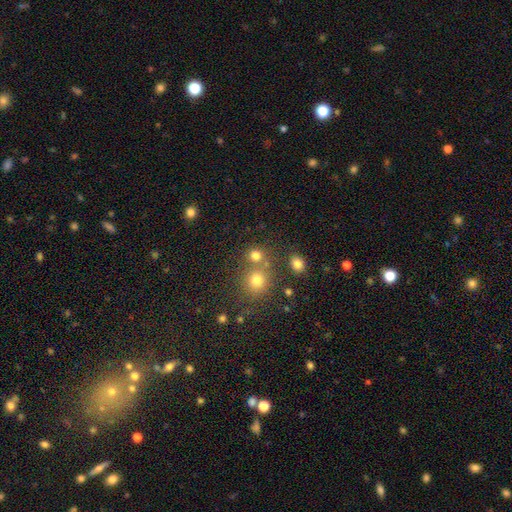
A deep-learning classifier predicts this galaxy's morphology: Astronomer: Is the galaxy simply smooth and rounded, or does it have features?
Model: smooth — 76%.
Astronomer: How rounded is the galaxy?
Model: round — 83%.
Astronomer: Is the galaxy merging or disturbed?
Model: none — 62%.